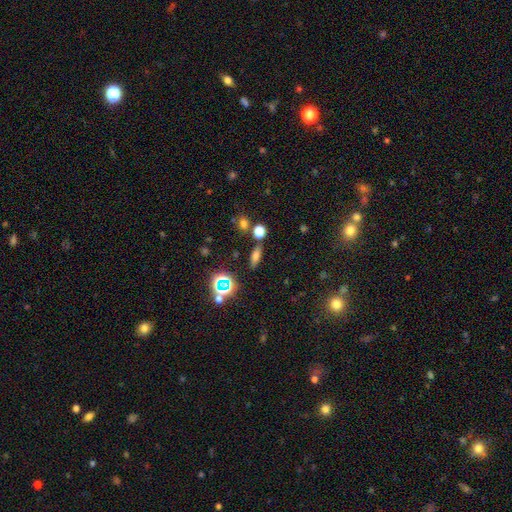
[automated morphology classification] The model was most divided on "how rounded": in between: 53%, cigar-shaped: 36%, round: 11%. More confident: merging — none (81%); smooth or featured — smooth (63%).